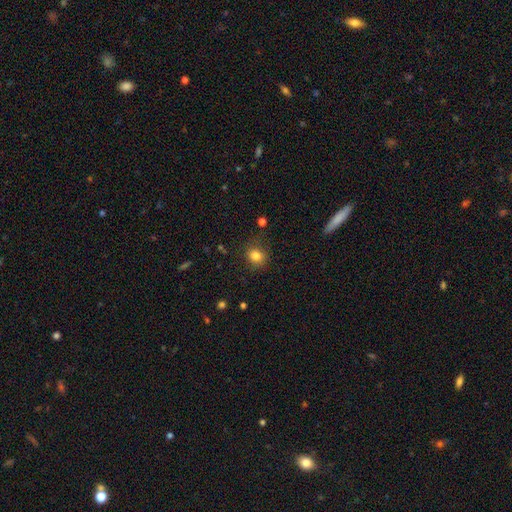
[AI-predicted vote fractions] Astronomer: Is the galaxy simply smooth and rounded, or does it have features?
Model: smooth — 82%.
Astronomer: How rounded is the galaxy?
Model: round — 75%.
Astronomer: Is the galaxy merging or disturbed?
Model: none — 80%.